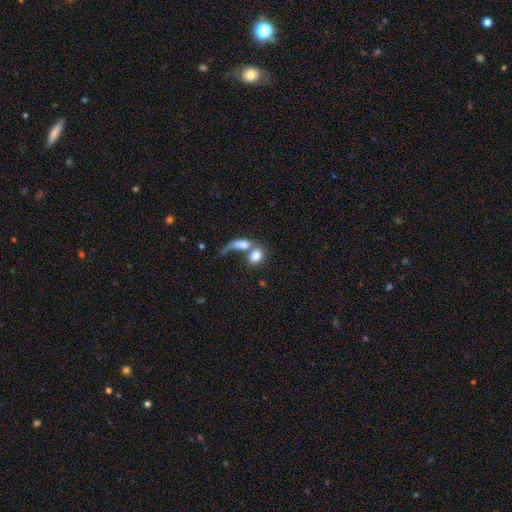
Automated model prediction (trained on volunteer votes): A smooth galaxy with no disk features (75%) that is in between round and cigar-shaped (56%).

Vote fractions:
- Smooth or featured? smooth: 75% / featured or disk: 17% / star or artifact: 8%
- How rounded? in between: 56% / round: 40% / cigar-shaped: 4%
- Merging? merger: 58% / none: 21% / major disturbance: 14% / minor disturbance: 7%